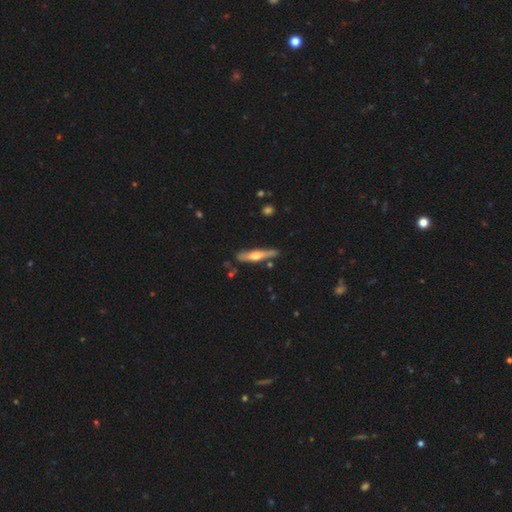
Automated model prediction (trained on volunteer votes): The model was most divided on "smooth or featured": featured or disk: 56%, smooth: 39%, star or artifact: 5%. More confident: edge-on disk — yes (93%); edge-on bulge — rounded (90%); merging — none (77%).